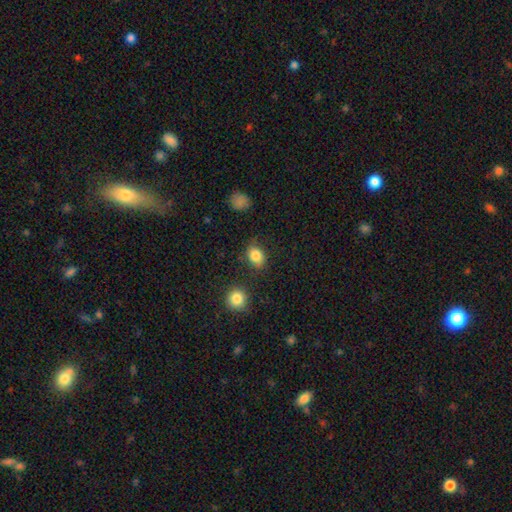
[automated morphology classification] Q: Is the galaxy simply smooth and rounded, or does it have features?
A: smooth — 85%.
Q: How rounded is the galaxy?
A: in between — 62%.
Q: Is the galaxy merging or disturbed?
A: none — 76%.